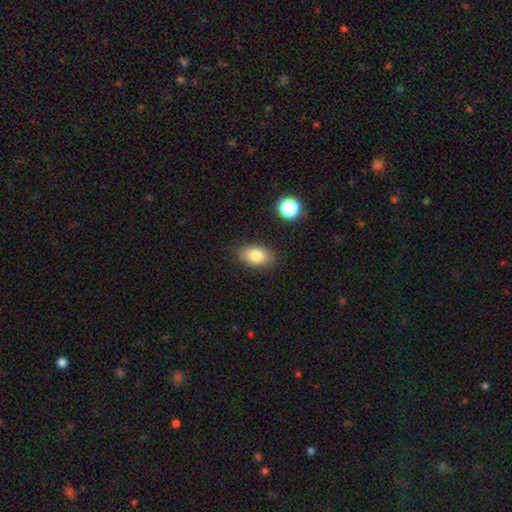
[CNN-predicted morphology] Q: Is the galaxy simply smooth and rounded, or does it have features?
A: smooth — 82%.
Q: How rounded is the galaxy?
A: in between — 89%.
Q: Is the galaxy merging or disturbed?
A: none — 85%.